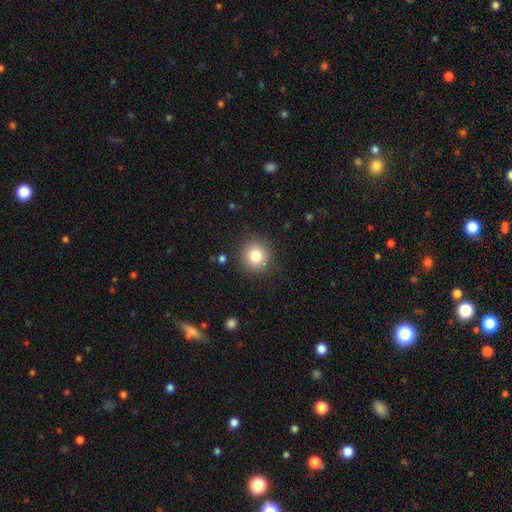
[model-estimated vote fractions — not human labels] Smooth or featured: smooth — 81% (star or artifact — 11%)
How rounded: round — 92% (in between — 7%)
Merging: none — 88% (minor disturbance — 8%)